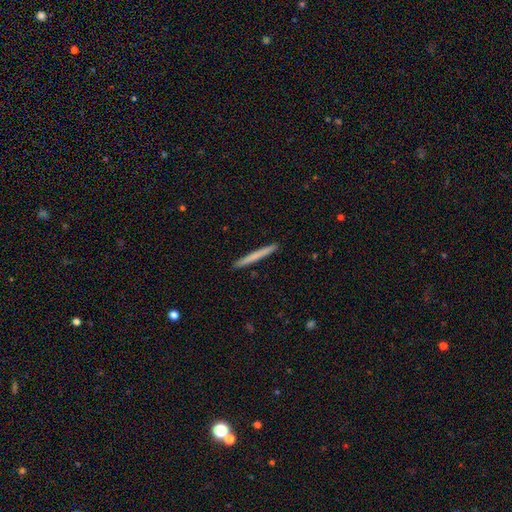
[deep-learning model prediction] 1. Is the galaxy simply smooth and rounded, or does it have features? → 66% smooth, 29% featured or disk, 5% star or artifact.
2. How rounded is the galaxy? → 97% cigar-shaped, 2% in between, 1% round.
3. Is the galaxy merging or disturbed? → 93% none, 5% minor disturbance, 1% major disturbance, 1% merger.